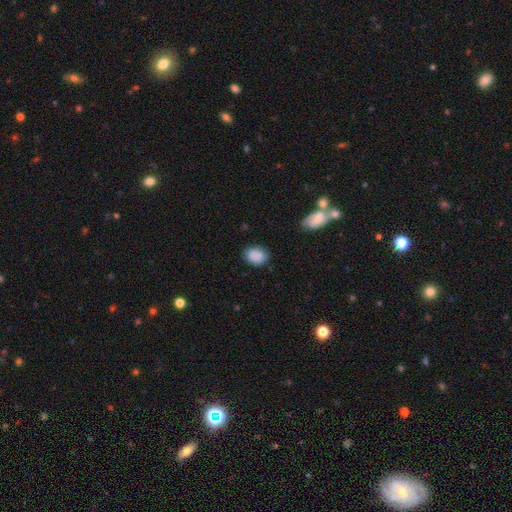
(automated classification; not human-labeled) smooth_or_featured: smooth (p=0.86) [alt: star or artifact p=0.08]
how_rounded: in between (p=0.64) [alt: round p=0.35]
merging: none (p=0.79) [alt: minor disturbance p=0.15]